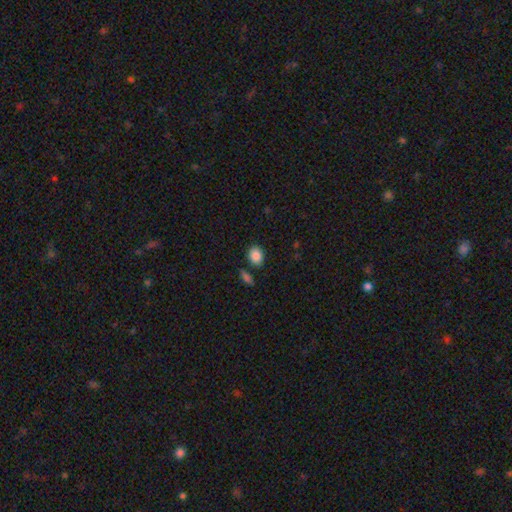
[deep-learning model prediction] A smooth galaxy with no disk features (87%) that is in between round and cigar-shaped (60%). Merging: none (81%).